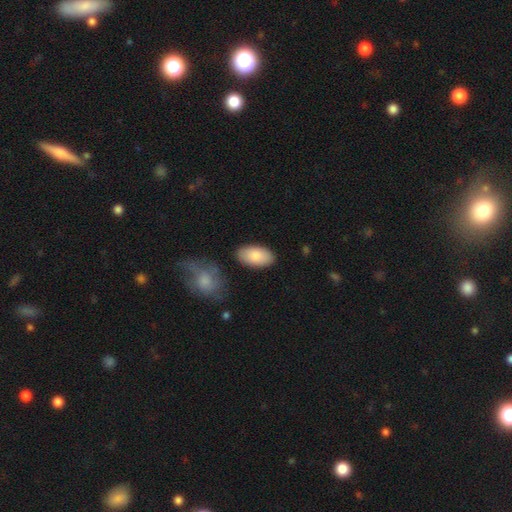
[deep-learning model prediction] This is clearly a smooth galaxy (85%). How rounded: clearly in between (95%). Merging: clearly none (83%).